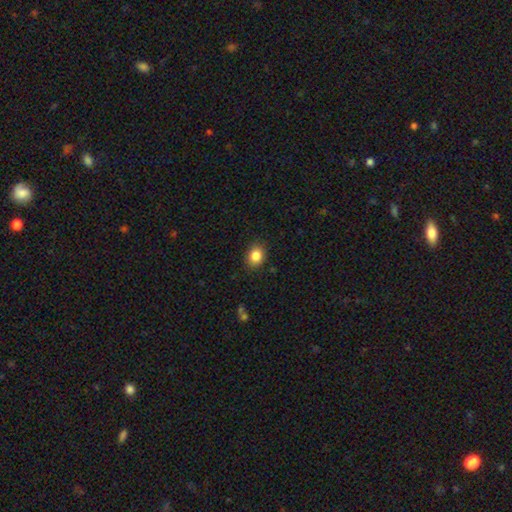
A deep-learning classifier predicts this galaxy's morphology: This appears to be a smooth galaxy with no disk features (85%) that is in between round and cigar-shaped (52%). Merging: none (88%).